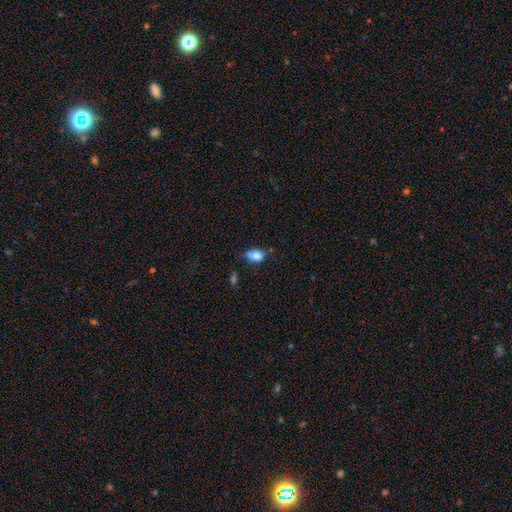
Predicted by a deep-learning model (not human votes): This appears to be a smooth galaxy with no disk features (77%) that is in between round and cigar-shaped (85%). Merging: none (44%).